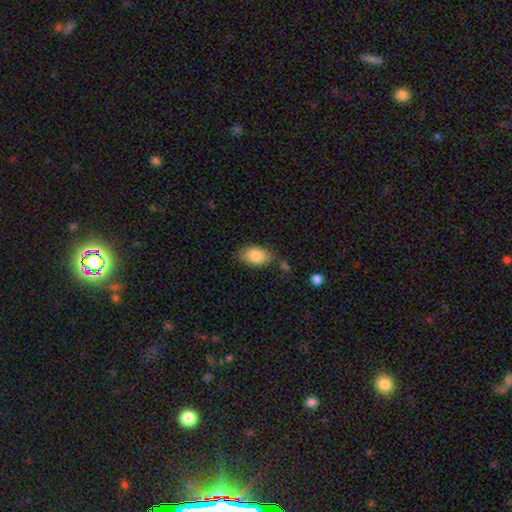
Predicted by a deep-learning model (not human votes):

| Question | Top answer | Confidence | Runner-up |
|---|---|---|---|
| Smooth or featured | smooth | 85% | featured or disk (9%) |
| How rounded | in between | 91% | round (8%) |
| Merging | none | 74% | minor disturbance (18%) |